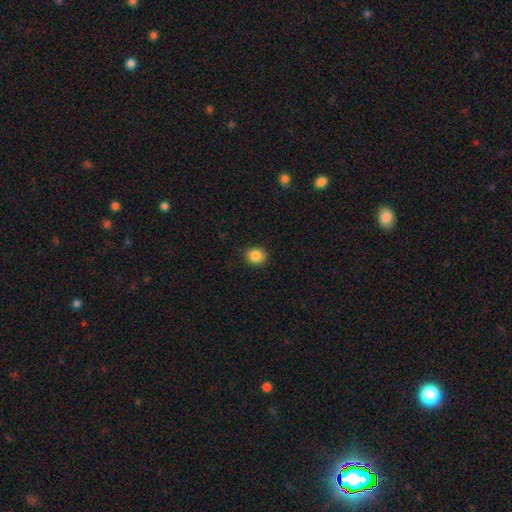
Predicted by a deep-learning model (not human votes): A smooth galaxy with no disk features (87%) that is round (71%).

Vote fractions:
- Smooth or featured? smooth: 87% / star or artifact: 9% / featured or disk: 4%
- How rounded? round: 71% / in between: 28% / cigar-shaped: 1%
- Merging? none: 90% / minor disturbance: 7% / major disturbance: 2% / merger: 1%